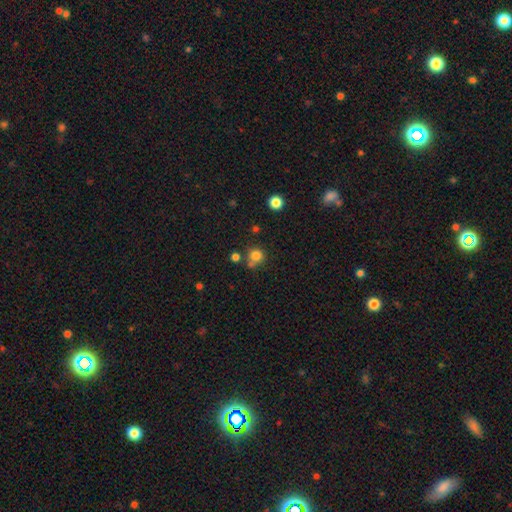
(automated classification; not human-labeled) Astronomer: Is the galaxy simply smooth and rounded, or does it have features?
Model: smooth — 79%.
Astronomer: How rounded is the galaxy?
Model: round — 90%.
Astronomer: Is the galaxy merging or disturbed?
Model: none — 63%.